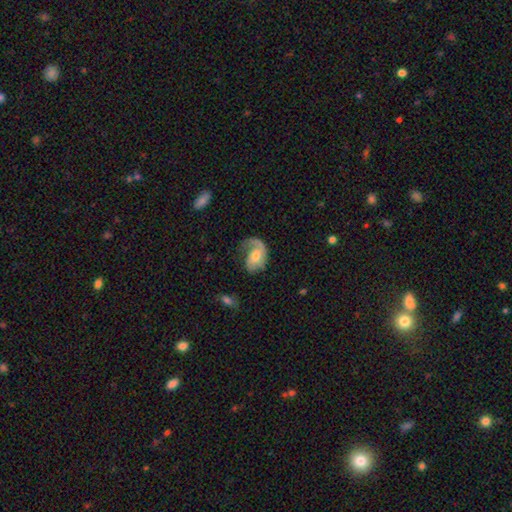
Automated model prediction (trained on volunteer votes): Smooth or featured?
  - featured or disk: 67% *
  - smooth: 27%
  - star or artifact: 6%
Edge-on disk?
  - no: 97% *
  - yes: 3%
Bar?
  - no: 61% *
  - weak: 32%
  - strong: 7%
Spiral arms?
  - yes: 89% *
  - no: 11%
Spiral winding?
  - loose: 40% *
  - medium: 38%
  - tight: 22%
Spiral arm count?
  - 1: 62% *
  - 2: 28%
  - can't tell: 7%
  - 3: 1%
  - 4: 1%
  - more than 4: 1%
Bulge size?
  - moderate: 54% *
  - small: 34%
  - large: 6%
  - none: 5%
  - dominant: 1%
Merging?
  - none: 41% *
  - major disturbance: 33%
  - minor disturbance: 24%
  - merger: 3%